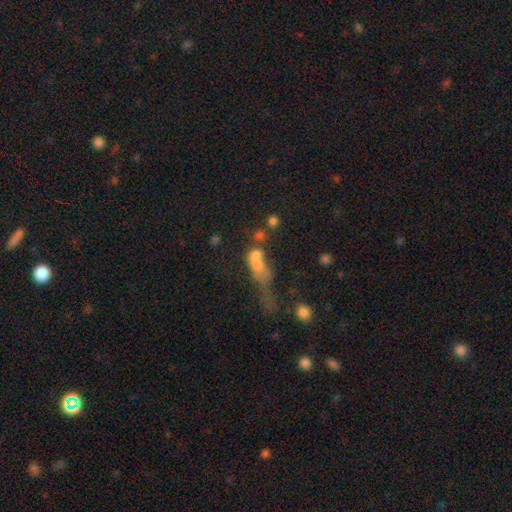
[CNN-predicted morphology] Q: Smooth or featured?
A: star or artifact (37%); runner-up: featured or disk (34%)